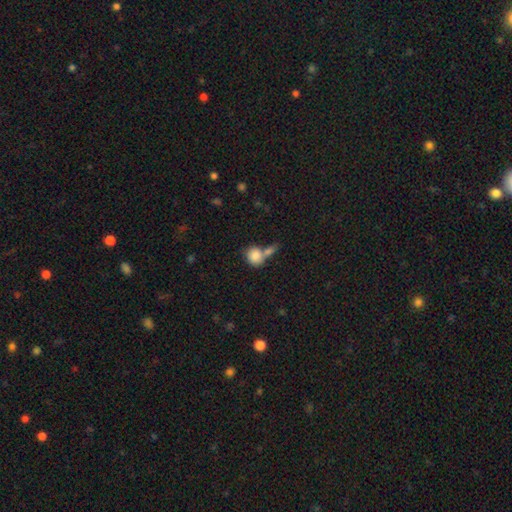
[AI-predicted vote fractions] smooth-or-featured: smooth: 85% | star or artifact: 8% | featured or disk: 8%
  how-rounded: round: 71% | in between: 28% | cigar-shaped: 2%
  merging: merger: 49% | none: 34% | minor disturbance: 11% | major disturbance: 6%